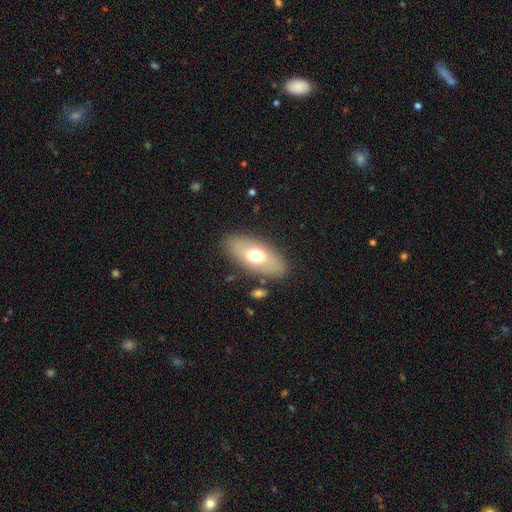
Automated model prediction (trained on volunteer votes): This appears to be a smooth galaxy with no disk features (64%) that is in between round and cigar-shaped (86%). Merging: none (84%).